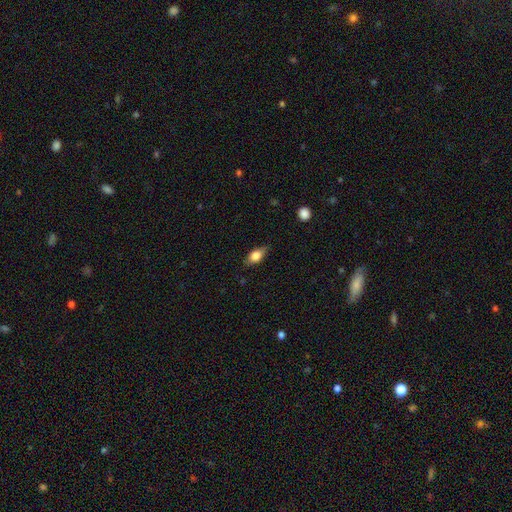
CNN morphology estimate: Smooth or featured? smooth (74%)
How rounded? in between (83%)
Merging? none (76%)